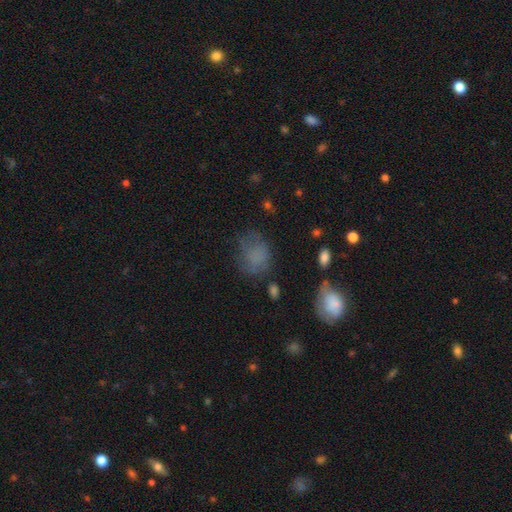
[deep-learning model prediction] smooth_or_featured: smooth (p=0.69) [alt: featured or disk p=0.17]
how_rounded: round (p=0.55) [alt: in between p=0.43]
merging: none (p=0.50) [alt: minor disturbance p=0.27]